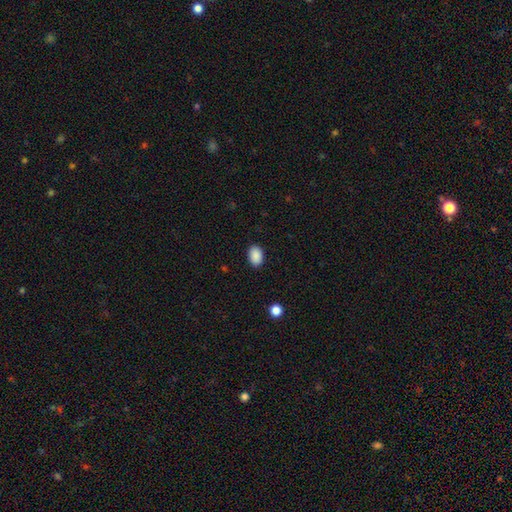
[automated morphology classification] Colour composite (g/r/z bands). It shows a smooth galaxy with no disk features (90%) that is in between round and cigar-shaped (83%). Merging: none (89%).